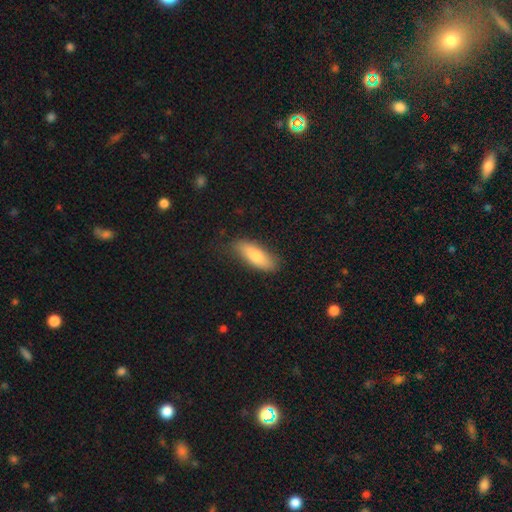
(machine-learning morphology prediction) smooth-or-featured: smooth: 78% | featured or disk: 16% | star or artifact: 6%
  how-rounded: in between: 66% | cigar-shaped: 31% | round: 2%
  merging: none: 78% | minor disturbance: 17% | major disturbance: 4% | merger: 1%